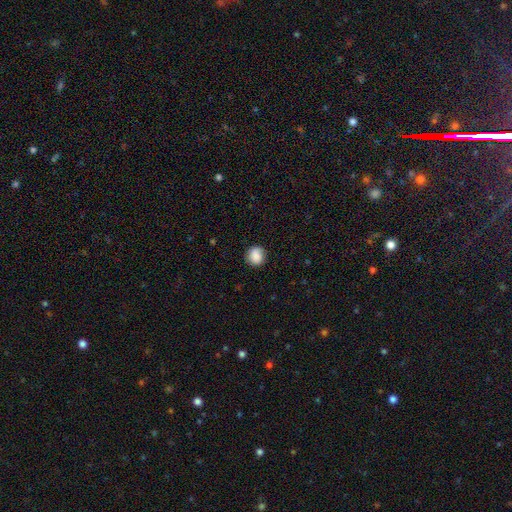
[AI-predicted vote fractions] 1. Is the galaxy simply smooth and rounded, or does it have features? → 85% smooth, 8% star or artifact, 6% featured or disk.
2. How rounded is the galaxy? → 80% round, 19% in between, 1% cigar-shaped.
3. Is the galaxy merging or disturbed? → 85% none, 11% minor disturbance, 3% major disturbance, 1% merger.